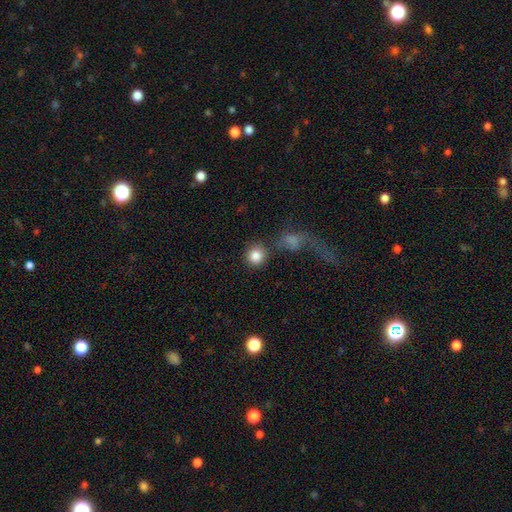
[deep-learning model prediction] smooth 85%, star or artifact 9%, featured or disk 6%. Down the decision tree: how rounded — round (90%); merging — none (71%).